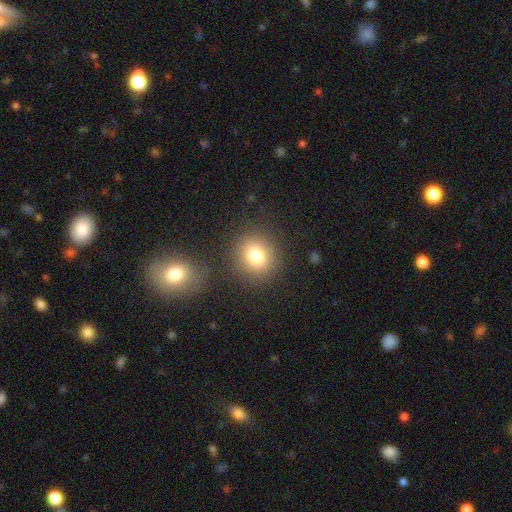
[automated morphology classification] smooth_or_featured: smooth (p=0.78) [alt: star or artifact p=0.12]
how_rounded: round (p=0.85) [alt: in between p=0.15]
merging: none (p=0.85) [alt: minor disturbance p=0.08]